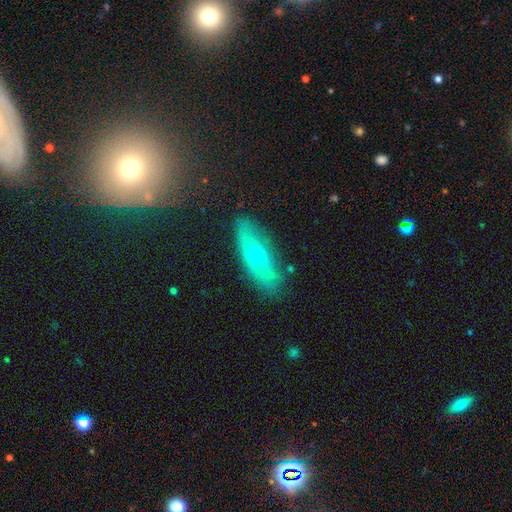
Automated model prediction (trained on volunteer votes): Overall: featured or disk (45%; smooth 44%). Merging: none (75%).